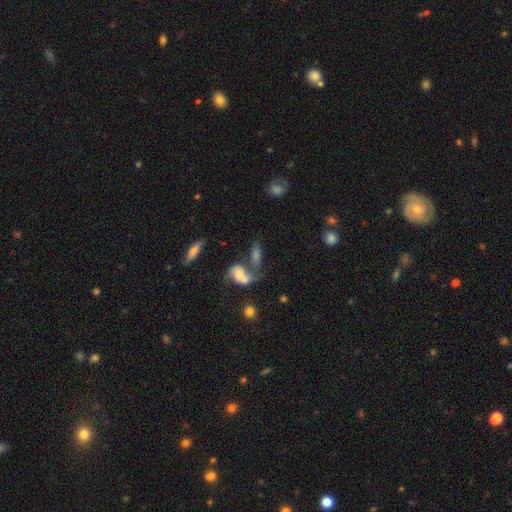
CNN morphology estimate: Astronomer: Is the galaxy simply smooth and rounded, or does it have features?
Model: smooth — 43% (runner-up: featured or disk, 37%).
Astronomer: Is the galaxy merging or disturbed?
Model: merger — 46% (runner-up: none, 30%).